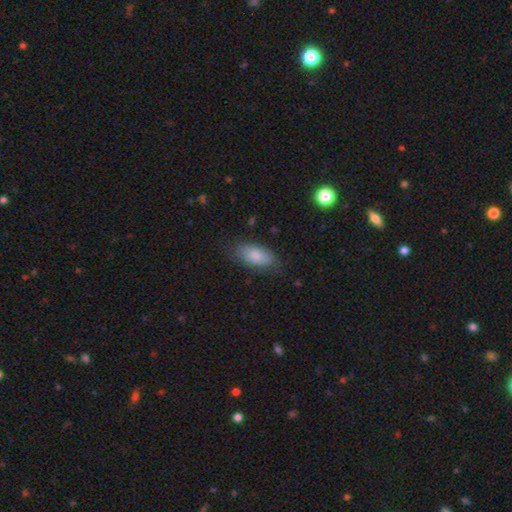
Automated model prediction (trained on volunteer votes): This appears to be a smooth galaxy with no disk features (81%) that is in between round and cigar-shaped (90%). Merging: none (74%).